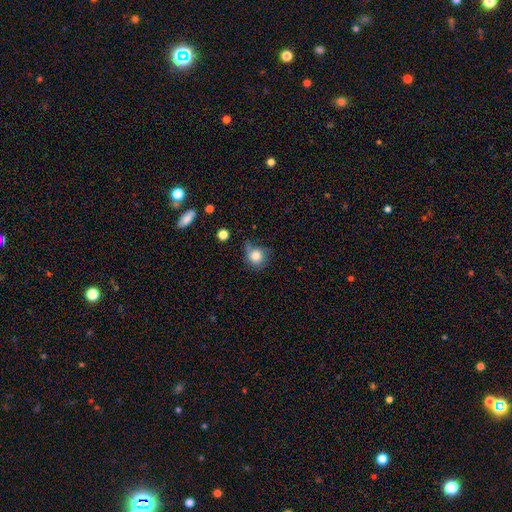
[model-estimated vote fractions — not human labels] Q: Smooth or featured?
A: smooth (80%); runner-up: star or artifact (10%)
Q: How rounded?
A: round (84%); runner-up: in between (15%)
Q: Merging?
A: none (55%); runner-up: minor disturbance (29%)